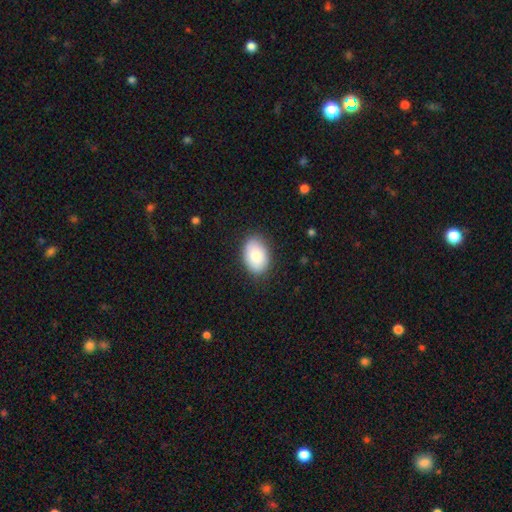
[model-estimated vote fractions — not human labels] Smooth or featured?
  - smooth: 84% *
  - featured or disk: 10%
  - star or artifact: 6%
How rounded?
  - in between: 87% *
  - round: 12%
  - cigar-shaped: 1%
Merging?
  - none: 86% *
  - minor disturbance: 11%
  - major disturbance: 2%
  - merger: 1%